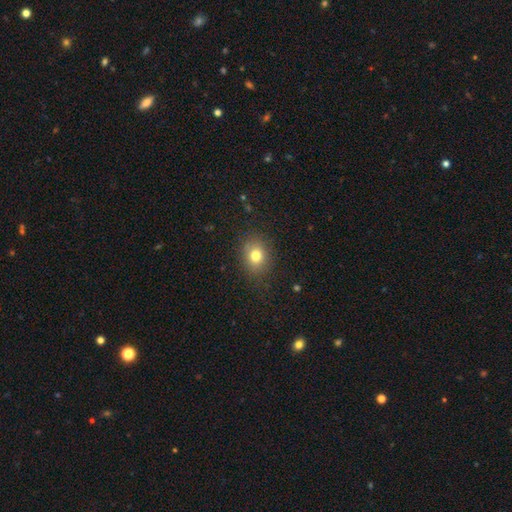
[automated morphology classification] Smooth or featured? Predicted: smooth (p=0.78). How rounded? Predicted: round (p=0.56). Merging? Predicted: none (p=0.85).